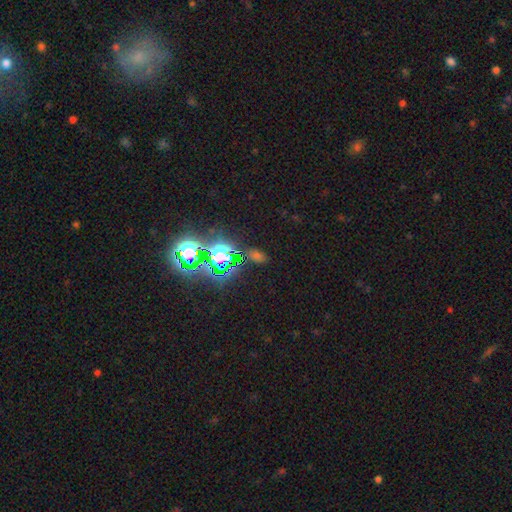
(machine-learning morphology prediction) The model was most divided on "smooth or featured": star or artifact: 67%, smooth: 23%, featured or disk: 10%.